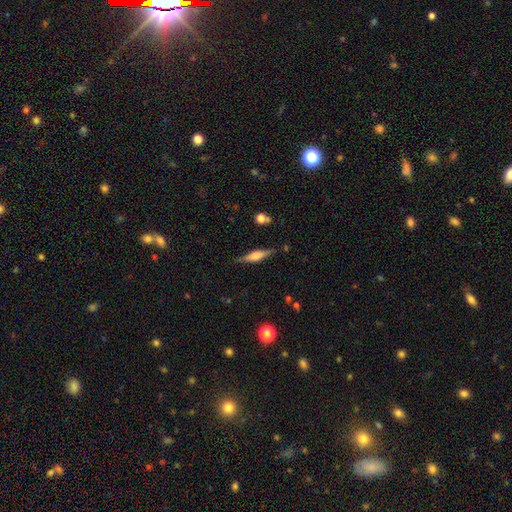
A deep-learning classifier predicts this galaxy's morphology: This appears to be a featured or disk galaxy (57%) viewed edge-on (95%) with a rounded central bulge (71%). Merging: none (83%).